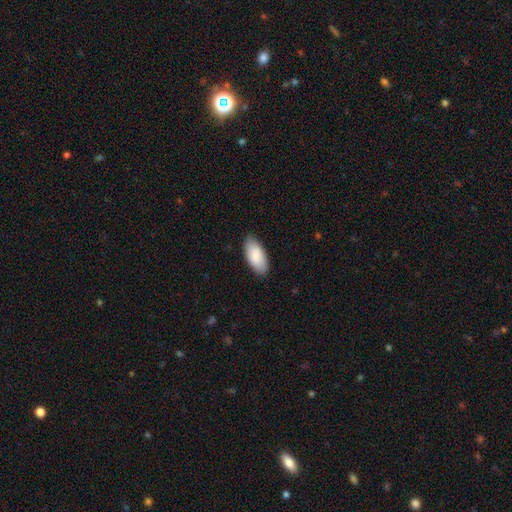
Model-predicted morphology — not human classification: Smooth or featured?
  - smooth: 88% *
  - featured or disk: 7%
  - star or artifact: 5%
How rounded?
  - in between: 92% *
  - cigar-shaped: 7%
  - round: 2%
Merging?
  - none: 85% *
  - minor disturbance: 12%
  - major disturbance: 2%
  - merger: 1%